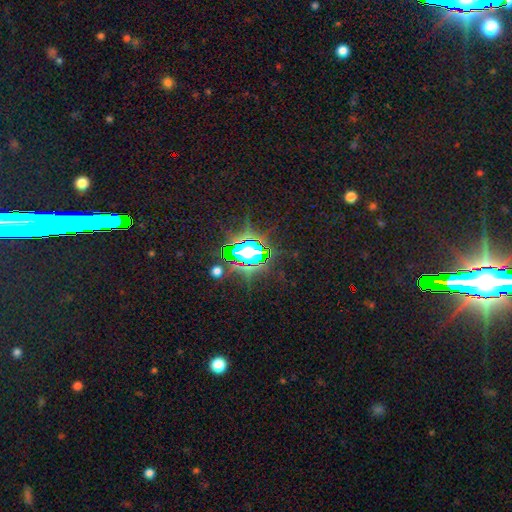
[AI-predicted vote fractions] Smooth or featured? Predicted: star or artifact (p=0.77).